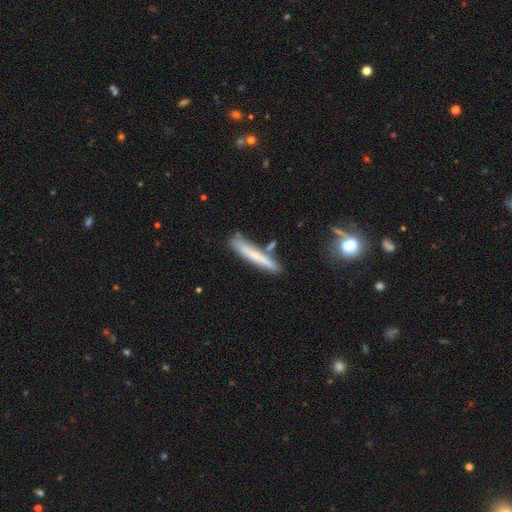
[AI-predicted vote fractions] Smooth or featured?
  - smooth: 57% *
  - featured or disk: 36%
  - star or artifact: 7%
How rounded?
  - cigar-shaped: 94% *
  - in between: 5%
  - round: 2%
Merging?
  - none: 77% *
  - minor disturbance: 14%
  - merger: 6%
  - major disturbance: 3%